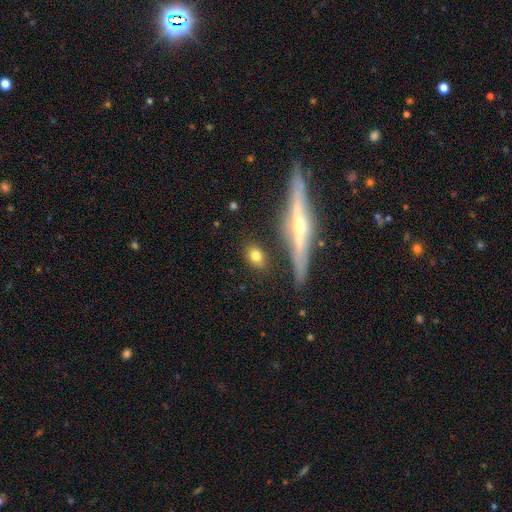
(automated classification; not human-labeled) Smooth or featured: smooth — 73% (featured or disk — 18%)
How rounded: in between — 58% (round — 32%)
Merging: none — 83% (minor disturbance — 10%)